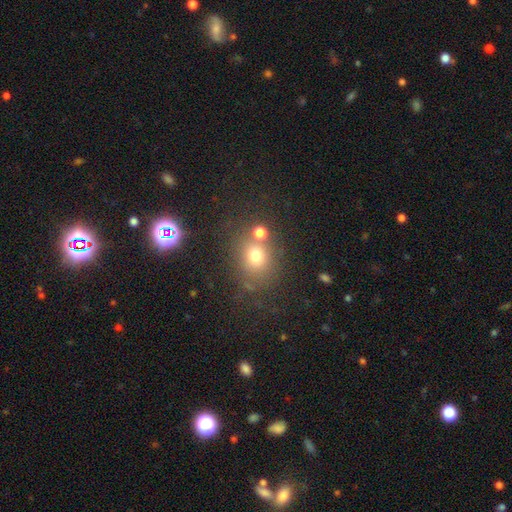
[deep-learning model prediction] Smooth or featured?
  - smooth: 71% *
  - star or artifact: 18%
  - featured or disk: 11%
How rounded?
  - round: 71% *
  - in between: 27%
  - cigar-shaped: 1%
Merging?
  - none: 64% *
  - merger: 19%
  - minor disturbance: 12%
  - major disturbance: 6%